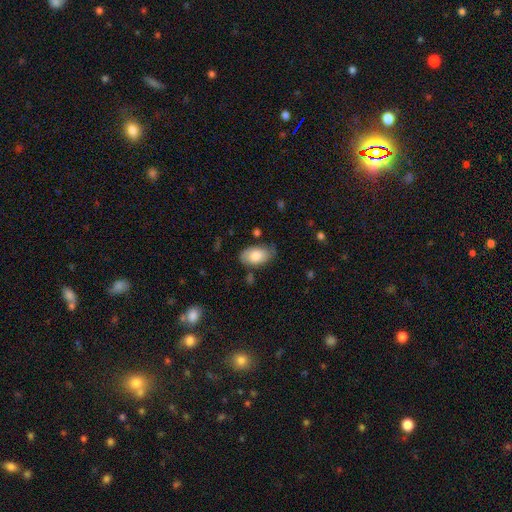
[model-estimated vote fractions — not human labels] Smooth or featured?
  - smooth: 79% *
  - featured or disk: 15%
  - star or artifact: 6%
How rounded?
  - in between: 94% *
  - round: 5%
  - cigar-shaped: 2%
Merging?
  - none: 67% *
  - minor disturbance: 25%
  - major disturbance: 5%
  - merger: 3%